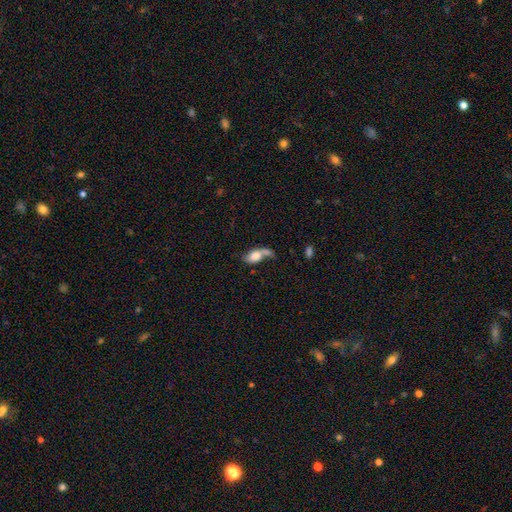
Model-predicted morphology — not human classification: Smooth or featured? Predicted: smooth (p=0.61). How rounded? Predicted: in between (p=0.83). Merging? Predicted: merger (p=0.35).